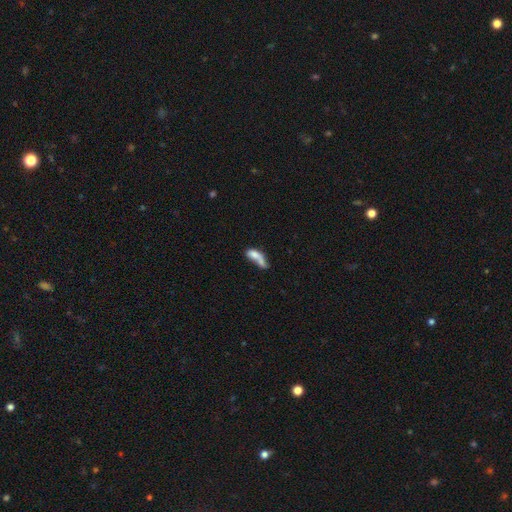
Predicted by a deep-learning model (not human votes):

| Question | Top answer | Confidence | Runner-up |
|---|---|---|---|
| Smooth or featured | smooth | 66% | featured or disk (25%) |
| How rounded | in between | 64% | cigar-shaped (31%) |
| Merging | merger | 43% | none (21%) |